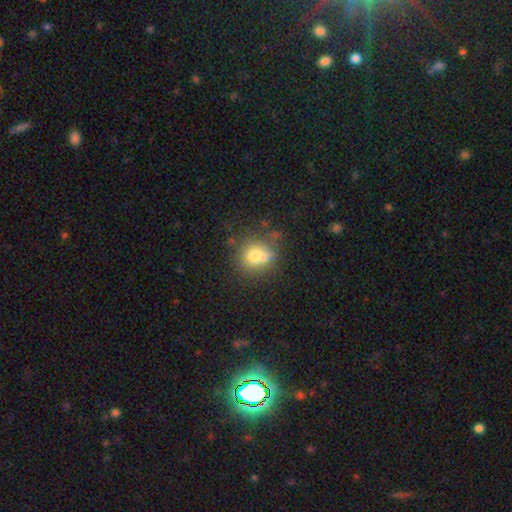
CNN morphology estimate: This is likely a smooth galaxy (67%). How rounded: likely round (80%). Merging: possibly none (46%).